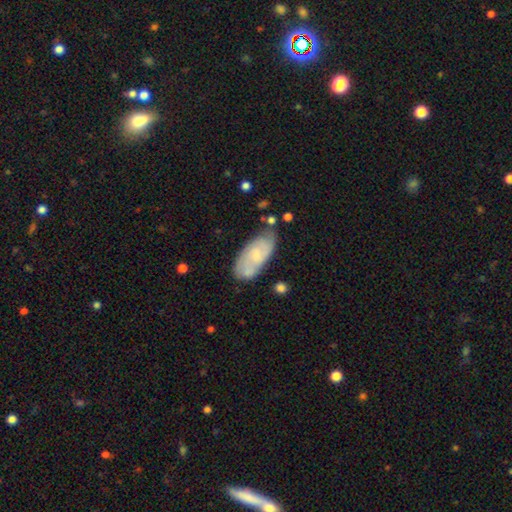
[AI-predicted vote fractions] smooth 47%, featured or disk 46%, star or artifact 7%. Down the decision tree: merging — none (65%).